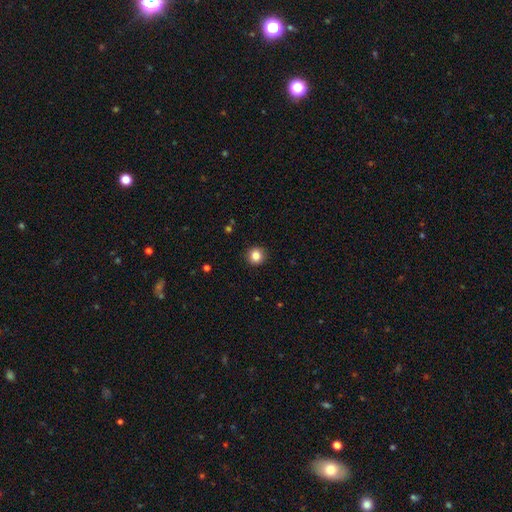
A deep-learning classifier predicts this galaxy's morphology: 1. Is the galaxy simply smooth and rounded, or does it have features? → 84% smooth, 11% star or artifact, 5% featured or disk.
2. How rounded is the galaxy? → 94% round, 5% in between, 1% cigar-shaped.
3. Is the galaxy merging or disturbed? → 92% none, 5% minor disturbance, 2% major disturbance, 1% merger.